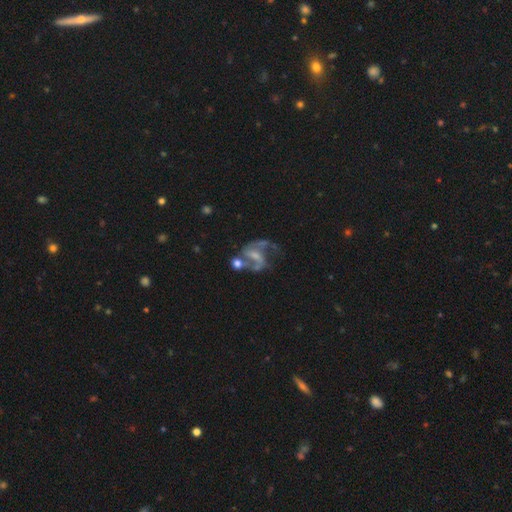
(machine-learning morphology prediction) Q: Smooth or featured?
A: featured or disk (80%); runner-up: smooth (12%)
Q: Edge-on disk?
A: no (98%); runner-up: yes (2%)
Q: Bar?
A: weak (46%); runner-up: no (28%)
Q: Spiral arms?
A: yes (89%); runner-up: no (11%)
Q: Spiral winding?
A: loose (46%); runner-up: medium (44%)
Q: Spiral arm count?
A: 2 (84%); runner-up: can't tell (6%)
Q: Bulge size?
A: small (41%); runner-up: moderate (29%)
Q: Merging?
A: none (35%); runner-up: major disturbance (24%)